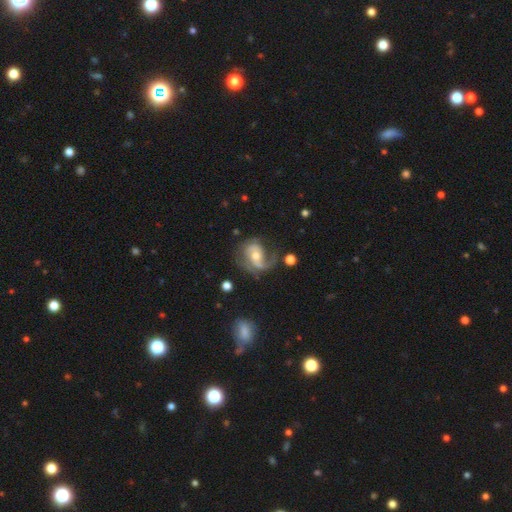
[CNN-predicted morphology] The model was most divided on "spiral winding": medium: 43%, loose: 33%, tight: 23%. More confident: edge-on disk — no (97%); spiral arms — yes (93%); smooth or featured — featured or disk (80%); bulge size — moderate (56%); bar — no (53%); merging — none (51%); spiral arm count — 2 (51%).